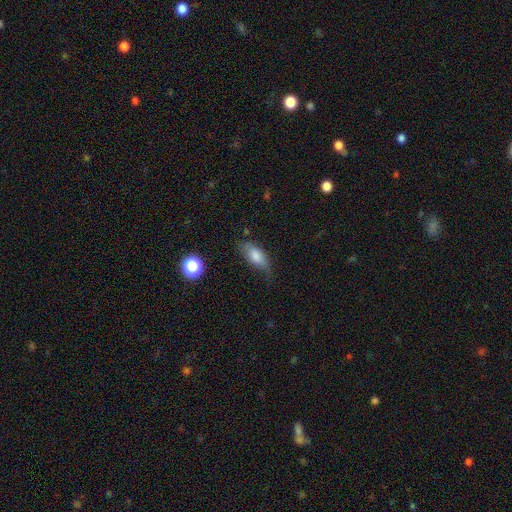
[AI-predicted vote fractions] smooth_or_featured: smooth (p=0.74) [alt: featured or disk p=0.17]
how_rounded: in between (p=0.78) [alt: cigar-shaped p=0.18]
merging: none (p=0.60) [alt: minor disturbance p=0.30]